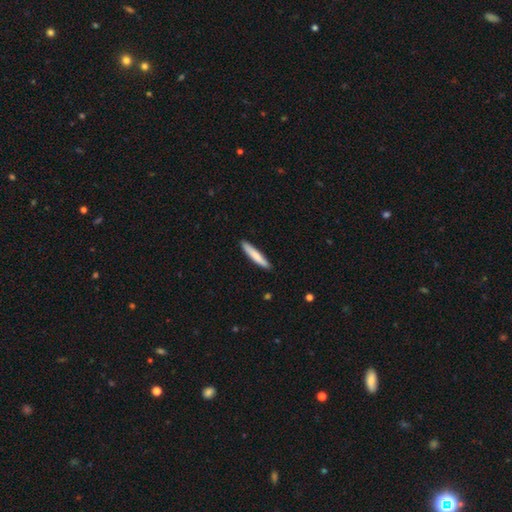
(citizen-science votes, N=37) Q: Smooth or featured?
A: smooth (73%); runner-up: featured or disk (19%)
Q: How rounded?
A: cigar-shaped (96%); runner-up: in between (4%)
Q: Merging?
A: none (88%); runner-up: minor disturbance (6%)